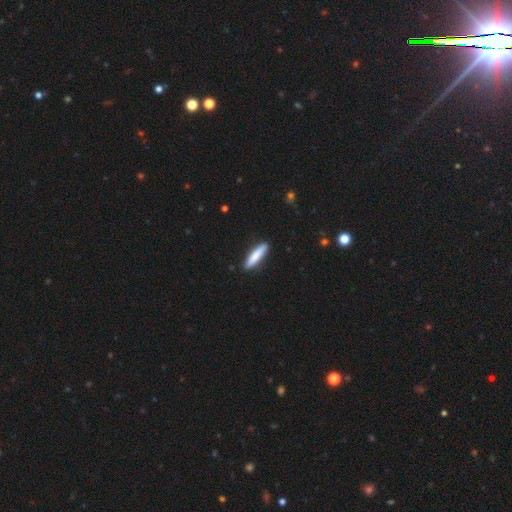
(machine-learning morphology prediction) Q: Smooth or featured?
A: smooth (82%); runner-up: featured or disk (13%)
Q: How rounded?
A: cigar-shaped (83%); runner-up: in between (16%)
Q: Merging?
A: none (89%); runner-up: minor disturbance (8%)